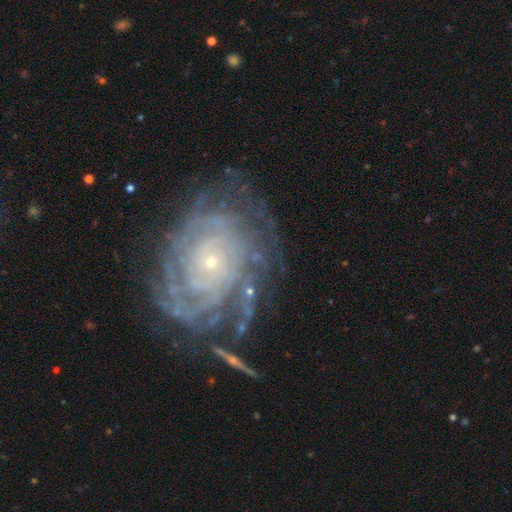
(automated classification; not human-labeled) Smooth or featured: featured or disk — 86% (smooth — 7%)
Edge-on disk: no — 97% (yes — 3%)
Bar: no — 81% (weak — 14%)
Spiral arms: yes — 95% (no — 5%)
Spiral winding: tight — 82% (medium — 14%)
Spiral arm count: can't tell — 34% (more than 4 — 22%)
Bulge size: small — 85% (moderate — 11%)
Merging: none — 65% (minor disturbance — 19%)